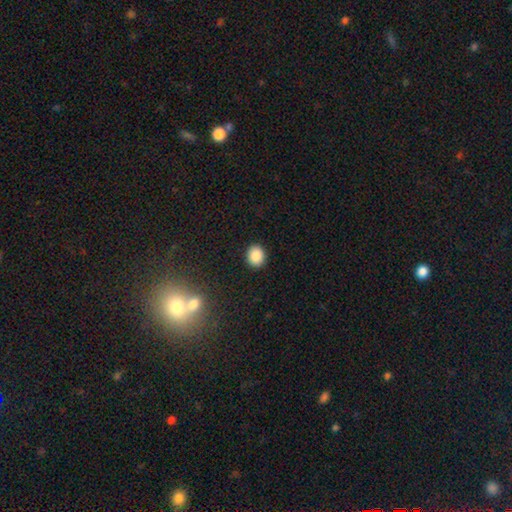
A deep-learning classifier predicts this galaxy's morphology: smooth 87%, star or artifact 9%, featured or disk 4%. Down the decision tree: how rounded — round (64%); merging — none (90%).